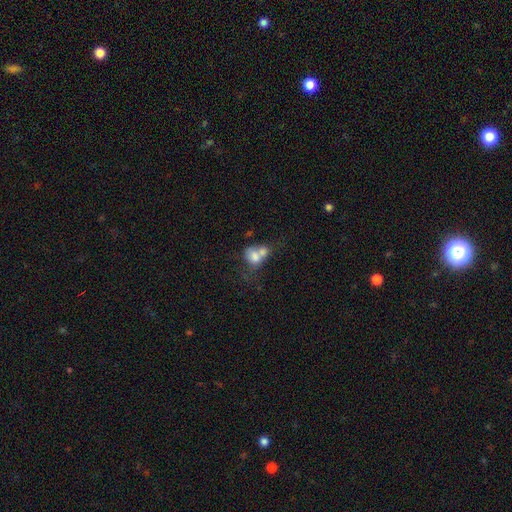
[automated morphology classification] type=smooth (70%); roundness=in between (51%); merging=merger (69%).